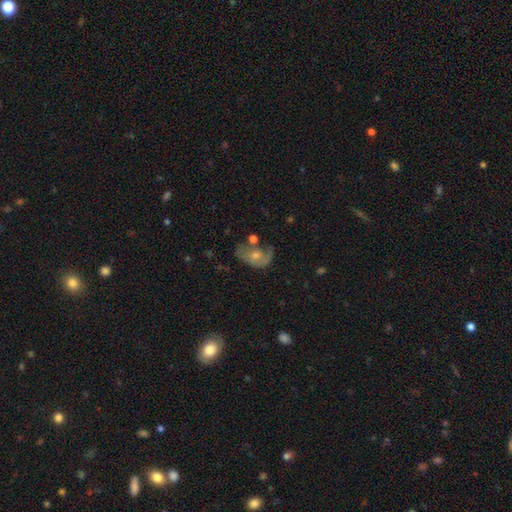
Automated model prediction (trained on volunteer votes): Smooth or featured: featured or disk — 61% (smooth — 27%)
Edge-on disk: no — 95% (yes — 5%)
Bar: no — 79% (weak — 18%)
Spiral arms: yes — 67% (no — 33%)
Bulge size: moderate — 50% (small — 41%)
Merging: none — 38% (major disturbance — 29%)